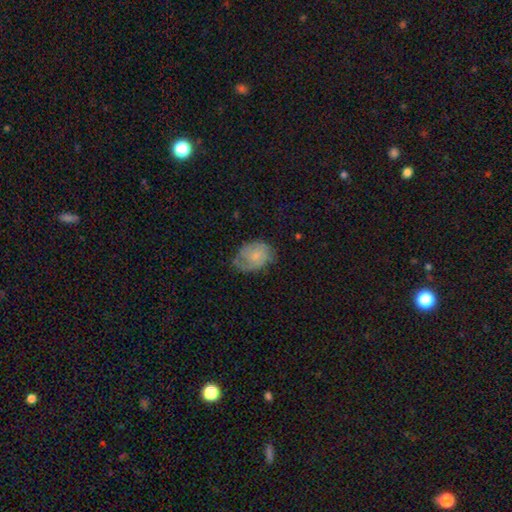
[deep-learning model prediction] Smooth or featured? Predicted: smooth (p=0.48). Merging? Predicted: none (p=0.51).